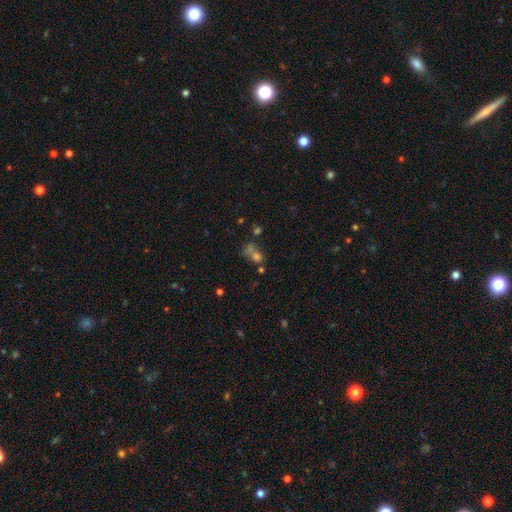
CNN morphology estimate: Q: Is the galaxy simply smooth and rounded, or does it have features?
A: smooth — 52%.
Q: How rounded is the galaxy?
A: round — 62%.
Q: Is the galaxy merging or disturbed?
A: merger — 42%.